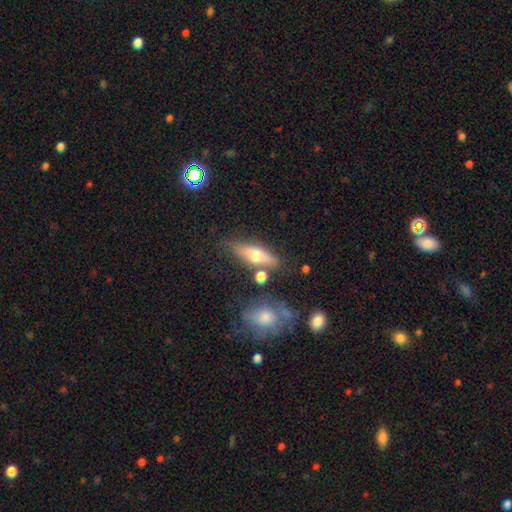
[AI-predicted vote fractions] This is possibly a smooth galaxy (53%). How rounded: possibly cigar-shaped (49%). Merging: likely none (72%).